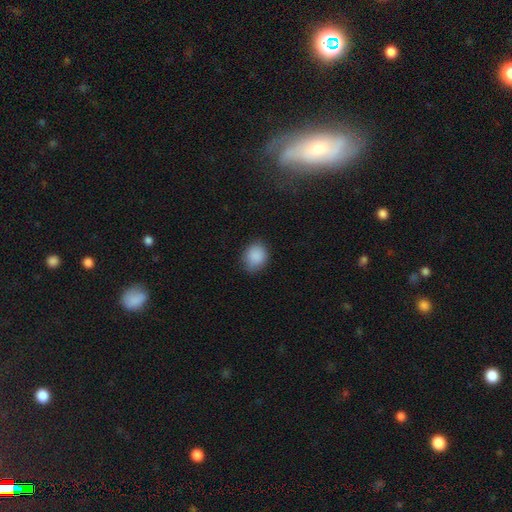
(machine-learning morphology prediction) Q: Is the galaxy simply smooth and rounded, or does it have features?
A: smooth — 88%.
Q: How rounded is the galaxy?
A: round — 58%.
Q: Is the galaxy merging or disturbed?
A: none — 78%.